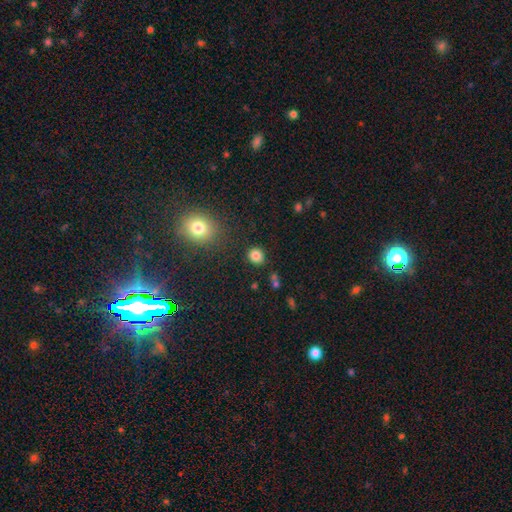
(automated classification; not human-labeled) A smooth galaxy with no disk features (83%) that is round (78%). Merging: none (86%).